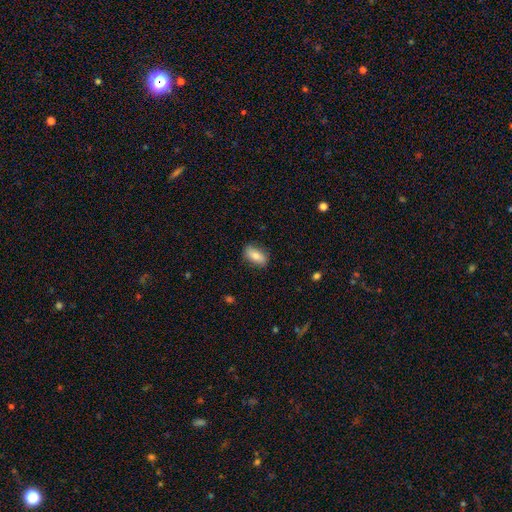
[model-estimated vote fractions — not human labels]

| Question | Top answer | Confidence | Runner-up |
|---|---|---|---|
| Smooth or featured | smooth | 76% | featured or disk (17%) |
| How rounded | in between | 86% | cigar-shaped (9%) |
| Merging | none | 84% | minor disturbance (13%) |